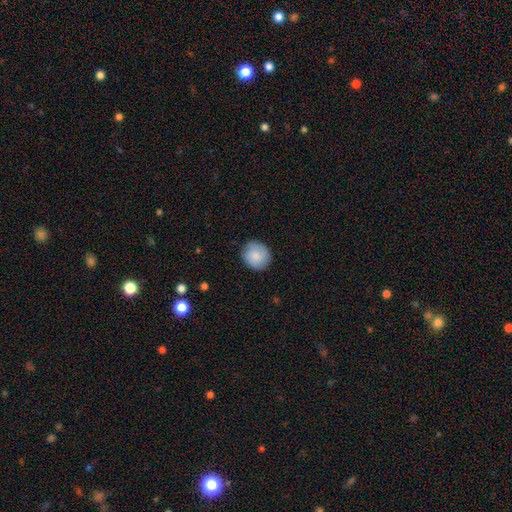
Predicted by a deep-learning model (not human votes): A smooth galaxy with no disk features (83%) that is round (82%).

Vote fractions:
- Smooth or featured? smooth: 83% / featured or disk: 11% / star or artifact: 6%
- How rounded? round: 82% / in between: 17% / cigar-shaped: 1%
- Merging? none: 85% / minor disturbance: 12% / major disturbance: 2% / merger: 1%